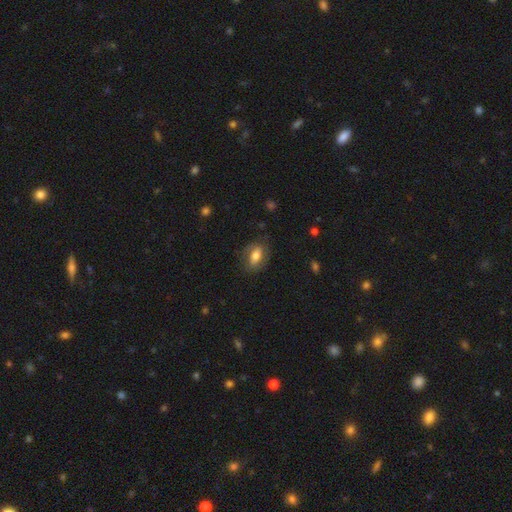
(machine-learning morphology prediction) smooth 62%, featured or disk 30%, star or artifact 8%. Down the decision tree: how rounded — in between (84%); merging — none (73%).